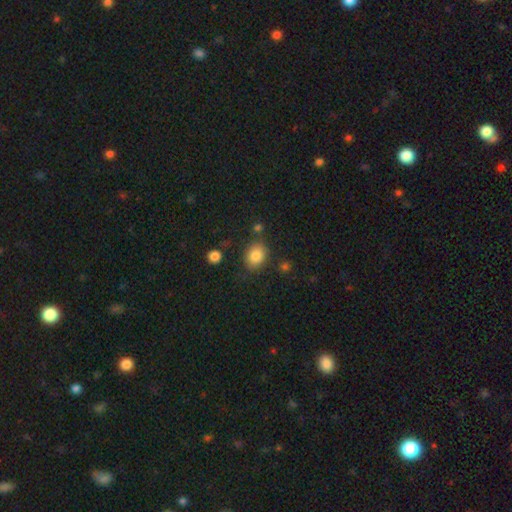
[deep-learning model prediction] This is clearly a smooth galaxy (84%). How rounded: possibly in between (56%). Merging: likely none (78%).